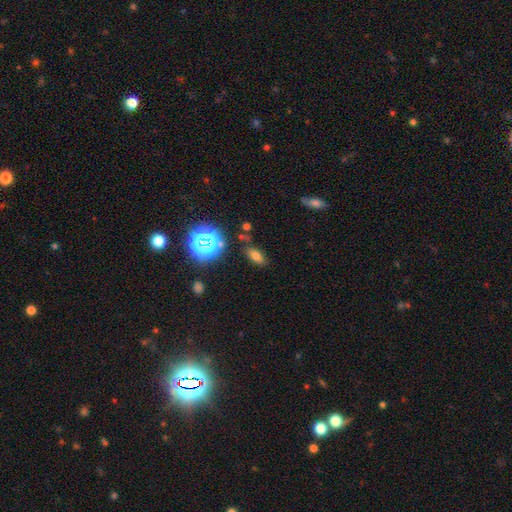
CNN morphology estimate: Overall: smooth (65%). How rounded: in between (82%). Merging: none (79%).